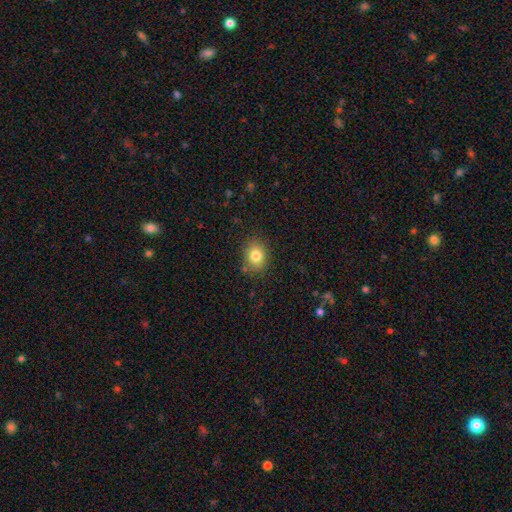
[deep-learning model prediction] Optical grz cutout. It shows a smooth galaxy with no disk features (81%) that is in between round and cigar-shaped (51%). Merging: none (83%).